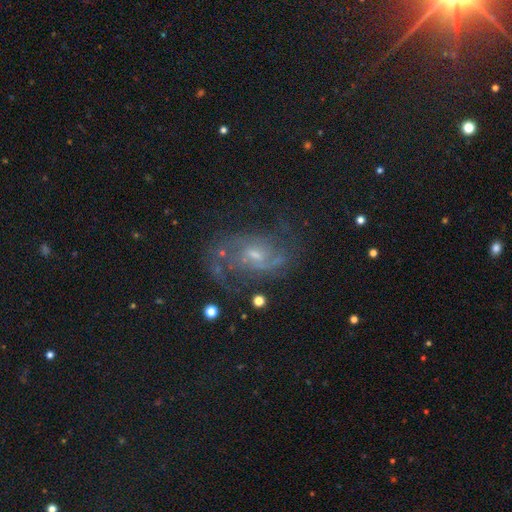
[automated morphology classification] This is likely a featured or disk galaxy (75%). It is clearly not viewed edge-on (97%). Bar: possibly no (53%). Spiral arm pattern: clearly yes (90%). Spiral arm count: likely 2 (71%). Spiral winding: possibly medium (47%). Central bulge: likely small (61%). Merging: likely none (61%).